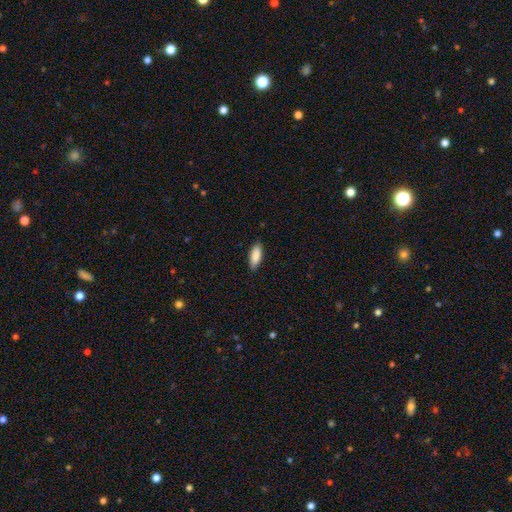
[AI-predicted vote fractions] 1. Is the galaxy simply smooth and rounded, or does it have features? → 89% smooth, 6% star or artifact, 5% featured or disk.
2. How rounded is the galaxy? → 75% in between, 23% cigar-shaped, 2% round.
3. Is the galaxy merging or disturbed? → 87% none, 10% minor disturbance, 2% major disturbance, 1% merger.